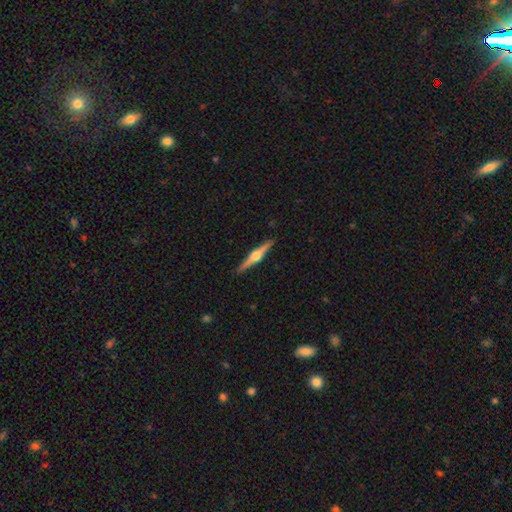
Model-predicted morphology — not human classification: Overall: featured or disk (79%). Edge-on disk: yes (98%). Edge-on bulge: rounded (95%). Merging: none (92%).